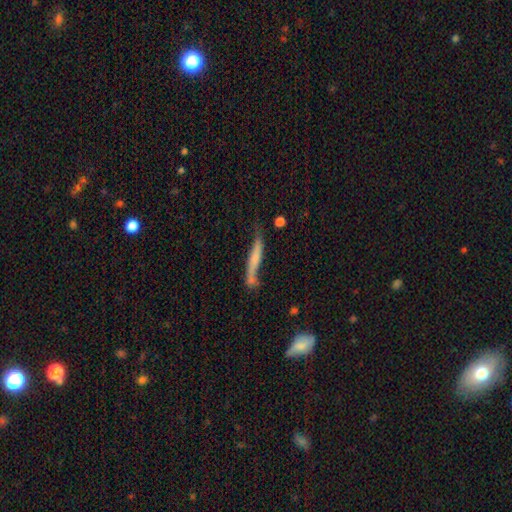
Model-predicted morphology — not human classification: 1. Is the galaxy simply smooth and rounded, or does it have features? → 48% featured or disk, 44% smooth, 8% star or artifact.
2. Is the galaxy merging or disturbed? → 47% none, 27% minor disturbance, 14% major disturbance, 12% merger.